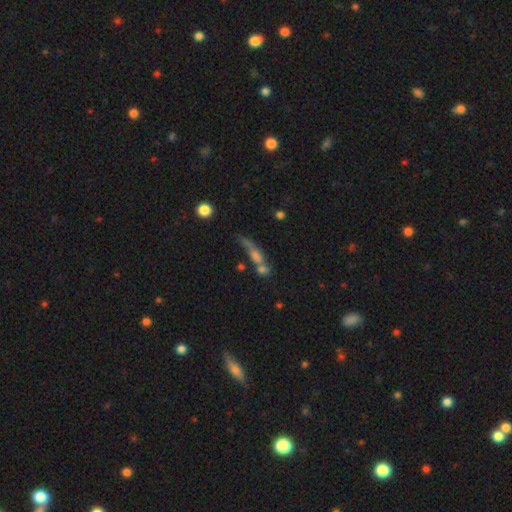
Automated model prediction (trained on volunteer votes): smooth 46%, featured or disk 37%, star or artifact 18%. Down the decision tree: merging — none (37%).